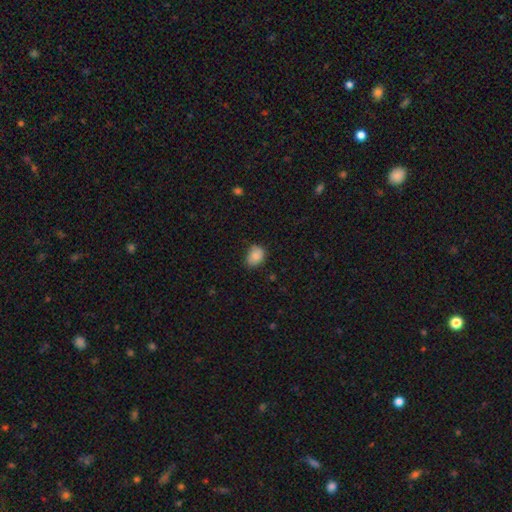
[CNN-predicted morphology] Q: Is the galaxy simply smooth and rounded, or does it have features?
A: smooth — 83%.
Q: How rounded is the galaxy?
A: in between — 61%.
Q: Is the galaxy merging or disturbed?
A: none — 64%.